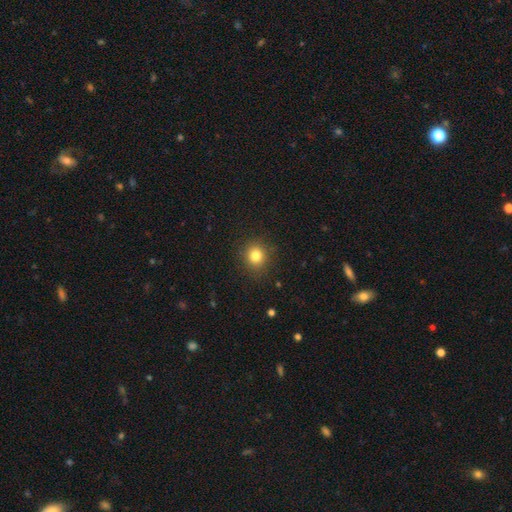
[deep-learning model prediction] Smooth or featured?
  - smooth: 82% *
  - star or artifact: 12%
  - featured or disk: 6%
How rounded?
  - round: 87% *
  - in between: 12%
  - cigar-shaped: 1%
Merging?
  - none: 89% *
  - minor disturbance: 7%
  - major disturbance: 3%
  - merger: 1%